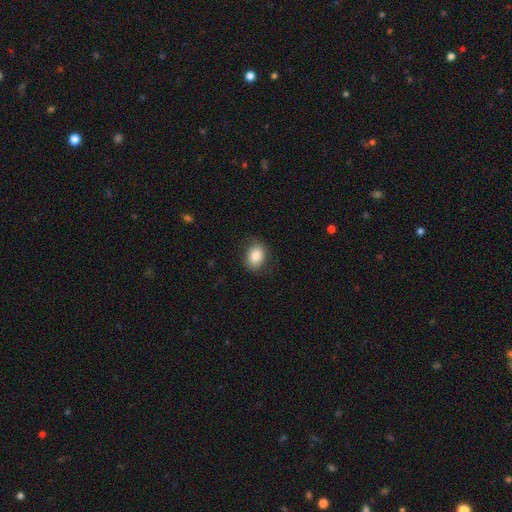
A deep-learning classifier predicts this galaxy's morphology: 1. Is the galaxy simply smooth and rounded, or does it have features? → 84% smooth, 8% featured or disk, 8% star or artifact.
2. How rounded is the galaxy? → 64% in between, 35% round, 1% cigar-shaped.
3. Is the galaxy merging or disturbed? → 81% none, 14% minor disturbance, 4% major disturbance, 1% merger.